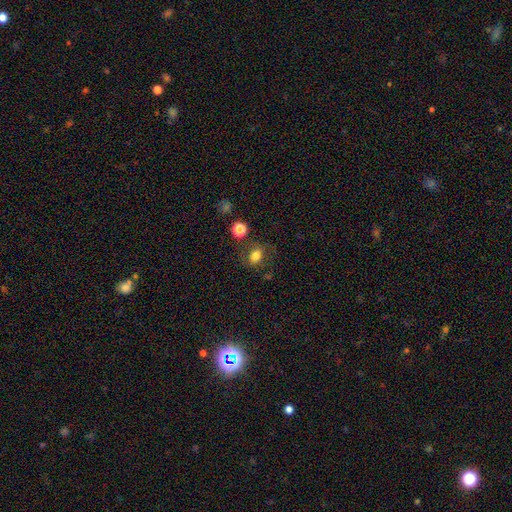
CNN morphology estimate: A smooth galaxy with no disk features (75%) that is in between round and cigar-shaped (57%).

Vote fractions:
- Smooth or featured? smooth: 75% / featured or disk: 13% / star or artifact: 12%
- How rounded? in between: 57% / round: 42% / cigar-shaped: 1%
- Merging? none: 70% / minor disturbance: 17% / major disturbance: 8% / merger: 6%